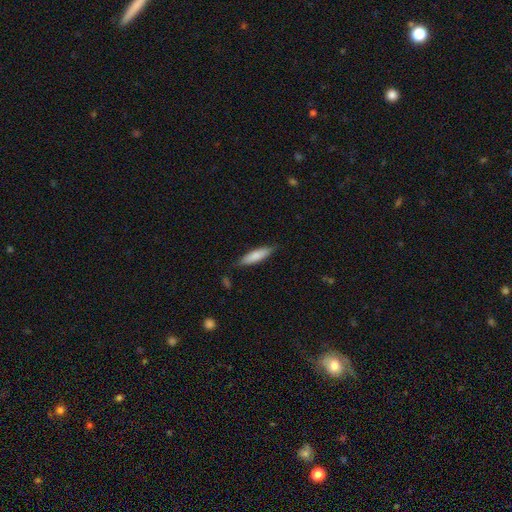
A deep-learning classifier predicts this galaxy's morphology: A smooth galaxy with no disk features (80%) that is cigar-shaped (68%). Merging: none (82%).